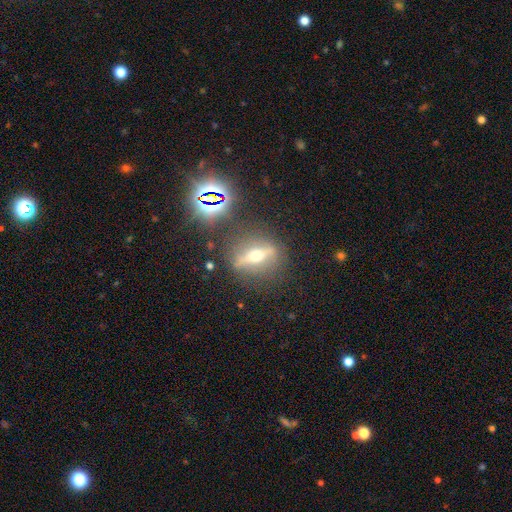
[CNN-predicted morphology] This is likely a featured or disk galaxy (70%). It is likely viewed edge-on (76%). Edge-on bulge: clearly rounded (94%). Merging: clearly none (81%).